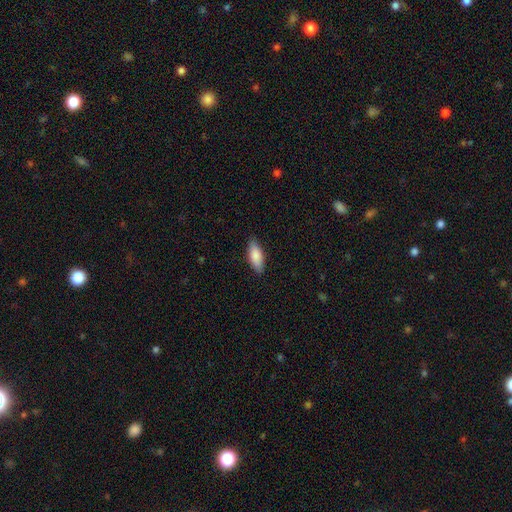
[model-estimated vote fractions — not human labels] A smooth galaxy with no disk features (85%) that is in between round and cigar-shaped (78%).

Vote fractions:
- Smooth or featured? smooth: 85% / featured or disk: 10% / star or artifact: 6%
- How rounded? in between: 78% / cigar-shaped: 21% / round: 2%
- Merging? none: 86% / minor disturbance: 11% / major disturbance: 2% / merger: 1%